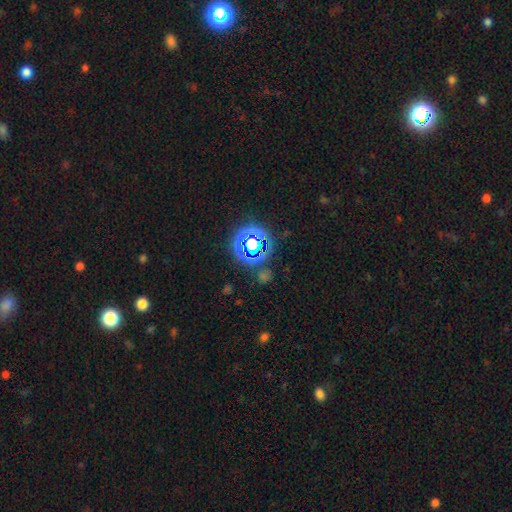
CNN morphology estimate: Smooth or featured? star or artifact (75%)